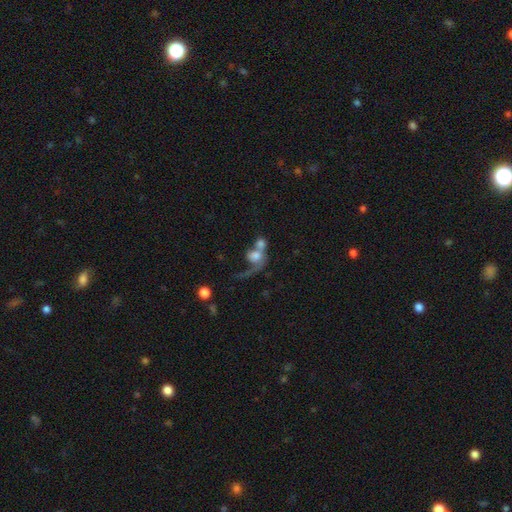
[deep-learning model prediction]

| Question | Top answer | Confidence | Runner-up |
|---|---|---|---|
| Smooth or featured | smooth | 52% | featured or disk (37%) |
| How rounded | round | 62% | in between (35%) |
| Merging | merger | 60% | major disturbance (20%) |